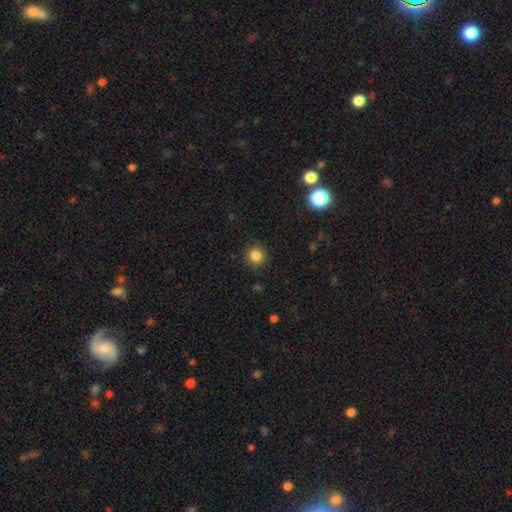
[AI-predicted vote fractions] This is clearly a smooth galaxy (85%). How rounded: clearly round (92%). Merging: clearly none (89%).